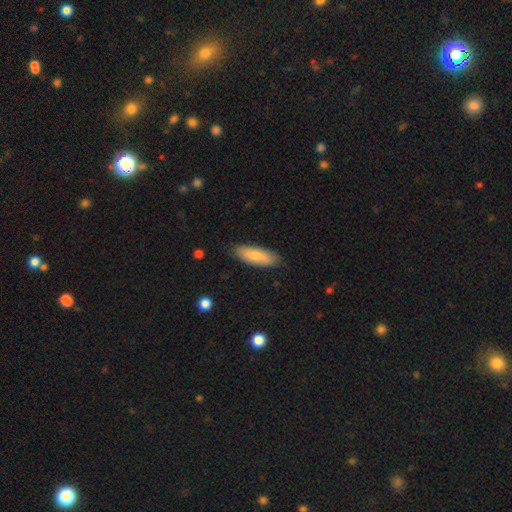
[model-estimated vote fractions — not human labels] Smooth or featured? smooth (77%)
How rounded? in between (67%)
Merging? none (85%)